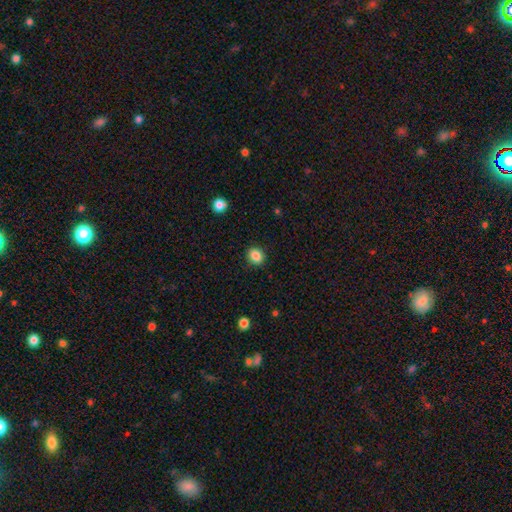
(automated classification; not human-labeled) Smooth or featured?
  - smooth: 86% *
  - star or artifact: 10%
  - featured or disk: 4%
How rounded?
  - round: 64% *
  - in between: 36%
  - cigar-shaped: 1%
Merging?
  - none: 90% *
  - minor disturbance: 7%
  - major disturbance: 2%
  - merger: 1%